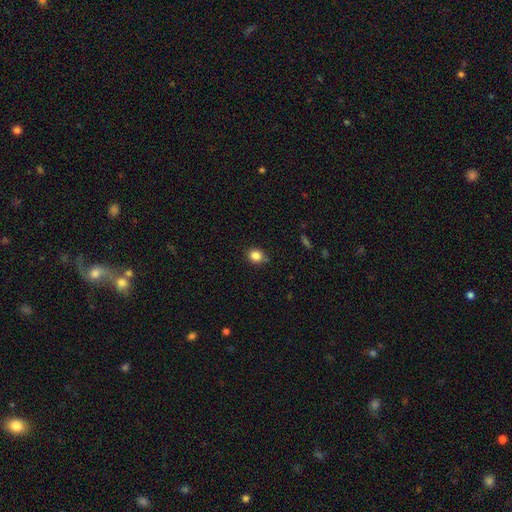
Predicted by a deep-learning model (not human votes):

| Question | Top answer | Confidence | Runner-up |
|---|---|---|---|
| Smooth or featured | smooth | 84% | star or artifact (11%) |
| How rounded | round | 71% | in between (28%) |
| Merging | none | 81% | minor disturbance (14%) |